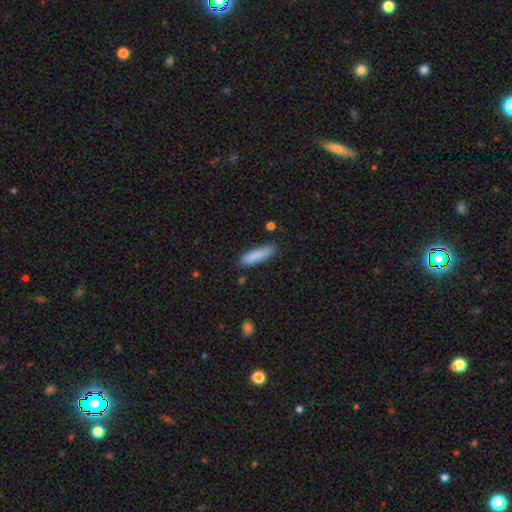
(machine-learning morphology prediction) type=smooth (86%); roundness=cigar-shaped (71%); merging=none (80%).